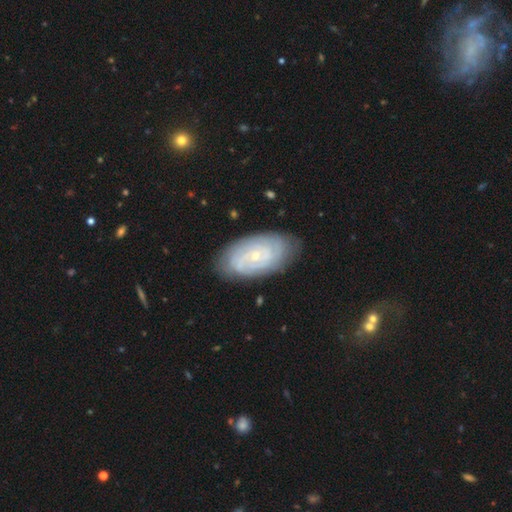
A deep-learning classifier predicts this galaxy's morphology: Smooth or featured? featured or disk (77%)
Edge-on disk? no (95%)
Bar? no (70%)
Spiral arms? yes (91%)
Spiral winding? tight (74%)
Spiral arm count? can't tell (41%)
Bulge size? small (79%)
Merging? none (81%)